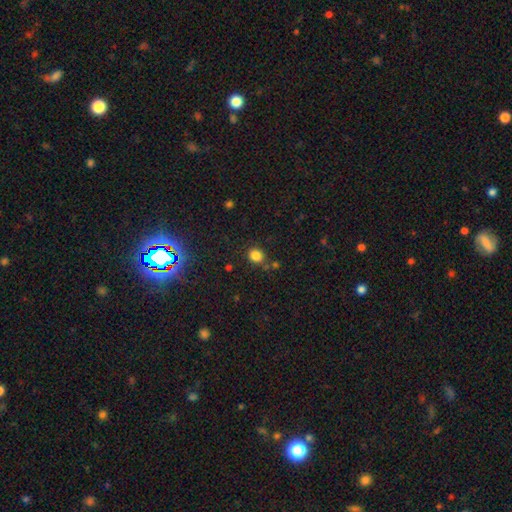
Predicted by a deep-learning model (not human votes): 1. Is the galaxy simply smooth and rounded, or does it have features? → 82% smooth, 13% star or artifact, 5% featured or disk.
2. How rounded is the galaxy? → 79% round, 20% in between, 1% cigar-shaped.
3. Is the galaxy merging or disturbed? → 77% none, 12% minor disturbance, 8% merger, 4% major disturbance.